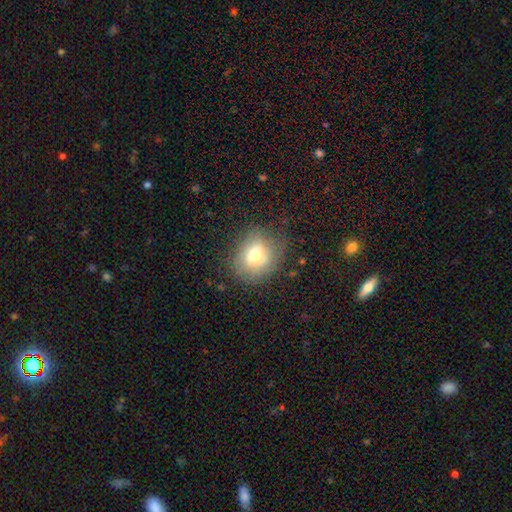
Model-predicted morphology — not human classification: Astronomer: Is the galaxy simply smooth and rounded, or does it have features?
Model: smooth — 61%.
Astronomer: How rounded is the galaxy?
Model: round — 52% (runner-up: in between, 46%).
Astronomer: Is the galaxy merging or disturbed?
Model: none — 65%.